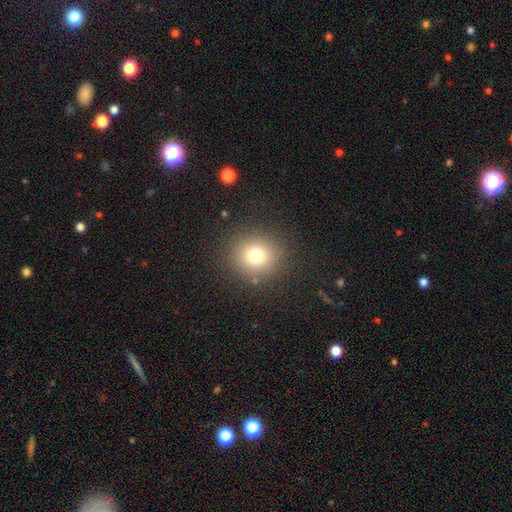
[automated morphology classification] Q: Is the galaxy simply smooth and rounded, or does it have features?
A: smooth — 75%.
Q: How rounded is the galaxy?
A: round — 88%.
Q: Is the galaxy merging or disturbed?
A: none — 88%.